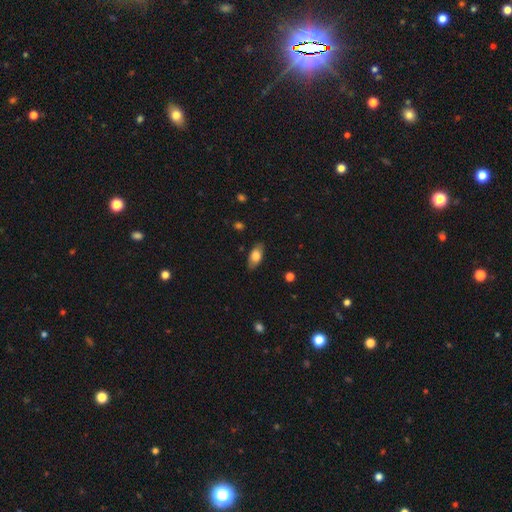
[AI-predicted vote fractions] This is likely a smooth galaxy (76%). How rounded: clearly in between (88%). Merging: clearly none (83%).